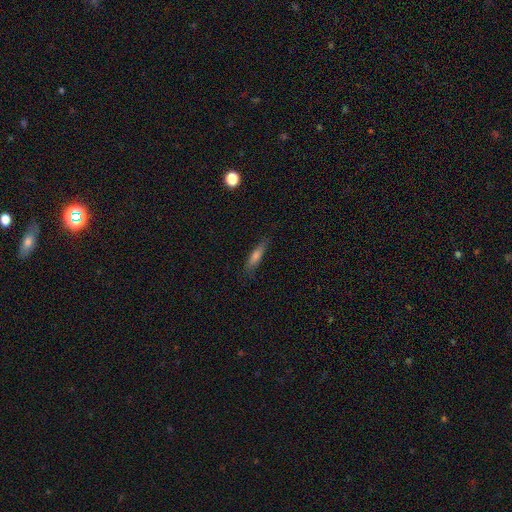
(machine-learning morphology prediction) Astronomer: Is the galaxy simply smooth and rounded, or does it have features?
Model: smooth — 66%.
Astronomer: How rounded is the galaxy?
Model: cigar-shaped — 76%.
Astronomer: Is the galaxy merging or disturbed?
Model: none — 82%.